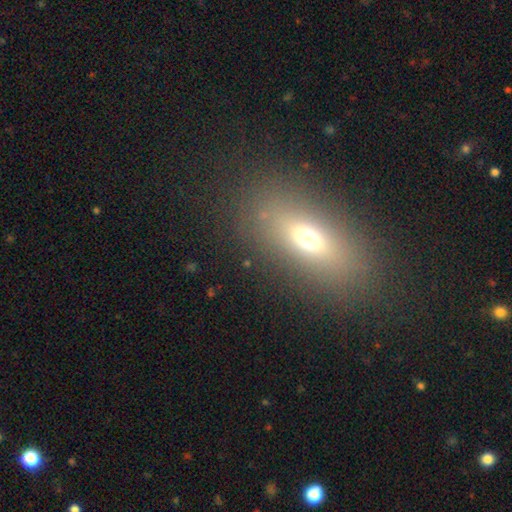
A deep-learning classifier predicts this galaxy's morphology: smooth 62%, featured or disk 23%, star or artifact 16%. Down the decision tree: how rounded — in between (72%); merging — none (86%).